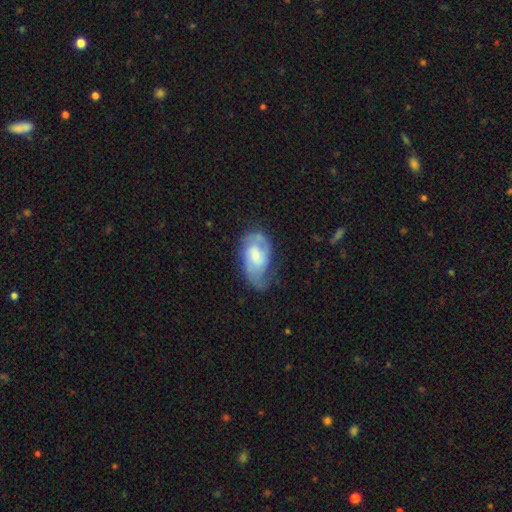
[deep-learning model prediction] Q: Smooth or featured?
A: featured or disk (65%); runner-up: smooth (29%)
Q: Edge-on disk?
A: no (96%); runner-up: yes (4%)
Q: Bar?
A: no (47%); runner-up: weak (45%)
Q: Spiral arms?
A: yes (85%); runner-up: no (15%)
Q: Spiral winding?
A: medium (46%); runner-up: tight (31%)
Q: Spiral arm count?
A: 2 (63%); runner-up: can't tell (22%)
Q: Bulge size?
A: moderate (44%); runner-up: small (40%)
Q: Merging?
A: none (47%); runner-up: minor disturbance (32%)